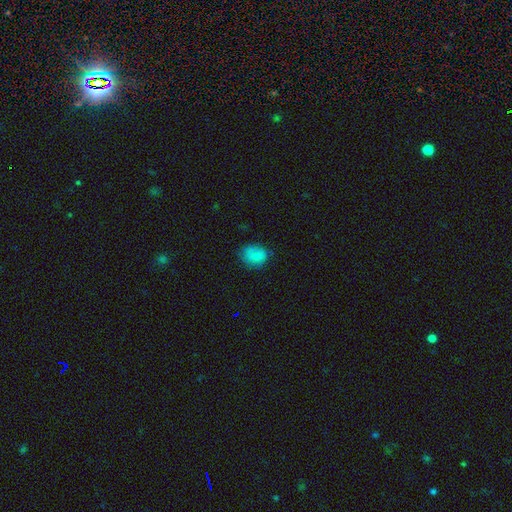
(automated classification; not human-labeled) Morphology: type=smooth (79%); roundness=round (57%); merging=none (63%).